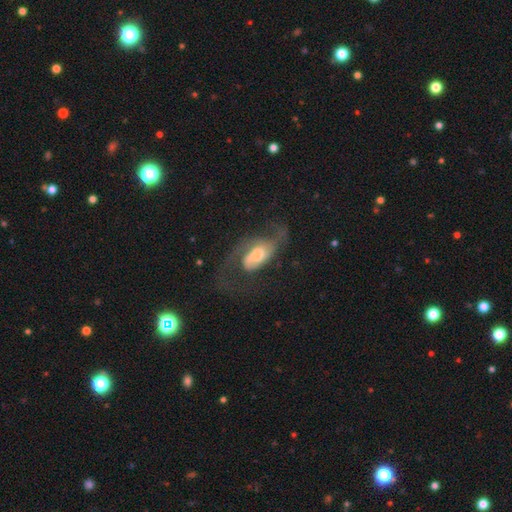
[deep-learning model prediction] Overall: featured or disk (74%). Edge-on disk: no (95%). Bar: no (56%; weak 34%). Spiral arms: yes (89%). Spiral arm count: 2 (57%; 1 21%). Spiral winding: medium (43%; loose 40%). Bulge size: moderate (37%; large 29%). Merging: major disturbance (40%; none 39%).